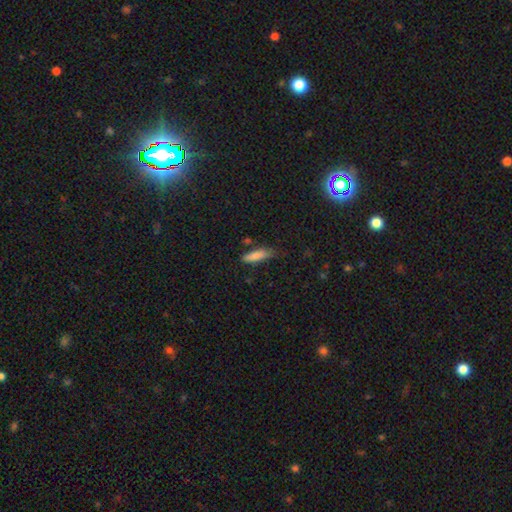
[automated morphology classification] smooth_or_featured: smooth (p=0.82) [alt: featured or disk p=0.10]
how_rounded: cigar-shaped (p=0.64) [alt: in between p=0.35]
merging: none (p=0.64) [alt: minor disturbance p=0.26]